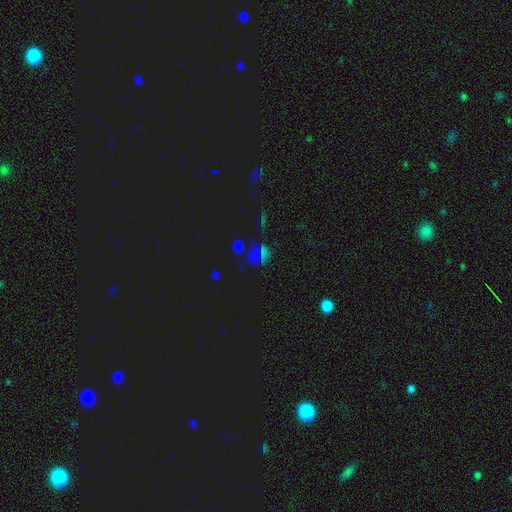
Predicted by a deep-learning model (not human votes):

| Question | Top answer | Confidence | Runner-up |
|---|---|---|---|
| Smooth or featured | star or artifact | 49% | smooth (40%) |